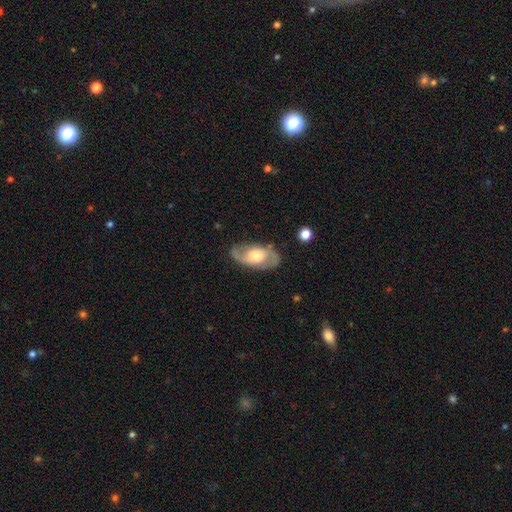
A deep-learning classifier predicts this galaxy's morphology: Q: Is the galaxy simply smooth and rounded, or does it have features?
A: featured or disk — 77%.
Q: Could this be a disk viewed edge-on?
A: no — 94%.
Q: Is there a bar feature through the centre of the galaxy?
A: no — 62%.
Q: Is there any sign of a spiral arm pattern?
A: yes — 88%.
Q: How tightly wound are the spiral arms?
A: medium — 50%.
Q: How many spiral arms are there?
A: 2 — 88%.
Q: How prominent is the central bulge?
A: moderate — 51%.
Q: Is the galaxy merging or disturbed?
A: none — 80%.